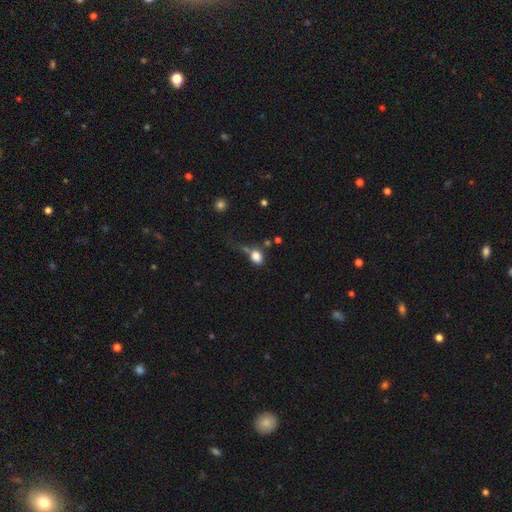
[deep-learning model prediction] Smooth or featured? Predicted: smooth (p=0.81). How rounded? Predicted: in between (p=0.64). Merging? Predicted: none (p=0.42).